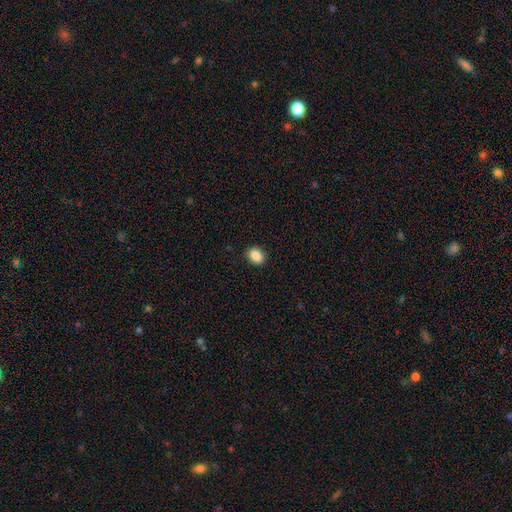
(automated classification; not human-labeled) Q: Smooth or featured?
A: smooth (89%); runner-up: star or artifact (8%)
Q: How rounded?
A: in between (69%); runner-up: round (30%)
Q: Merging?
A: none (88%); runner-up: minor disturbance (9%)